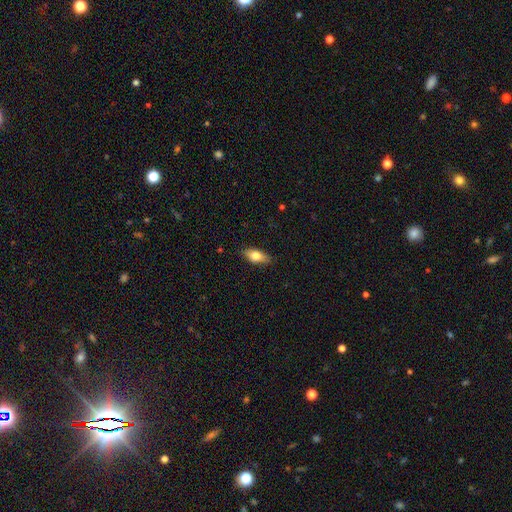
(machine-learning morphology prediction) A smooth galaxy with no disk features (72%) that is in between round and cigar-shaped (80%).

Vote fractions:
- Smooth or featured? smooth: 72% / featured or disk: 22% / star or artifact: 7%
- How rounded? in between: 80% / cigar-shaped: 16% / round: 4%
- Merging? none: 85% / minor disturbance: 11% / major disturbance: 2% / merger: 1%